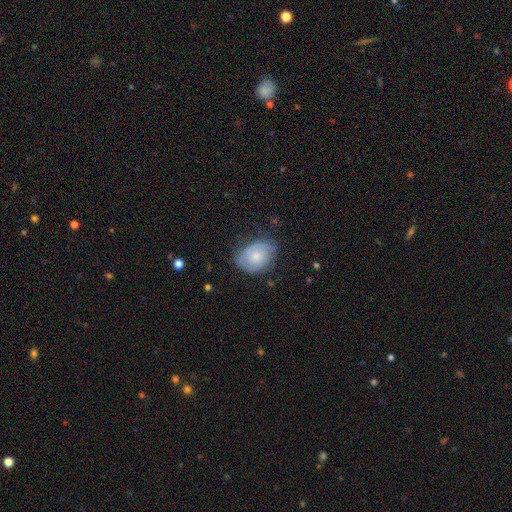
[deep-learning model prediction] This is possibly a smooth galaxy (55%). How rounded: likely in between (72%). Merging: possibly none (59%).